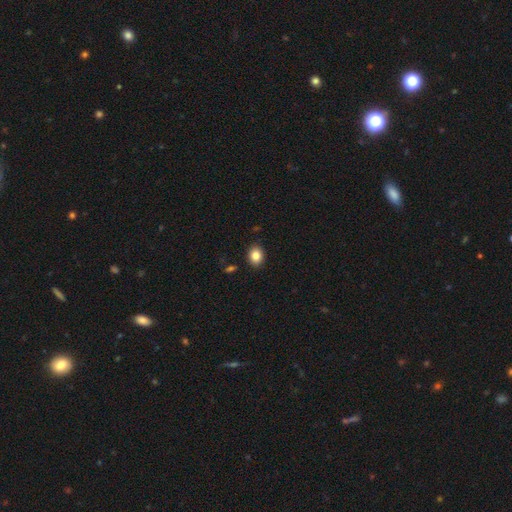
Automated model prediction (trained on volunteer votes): Smooth or featured? Predicted: smooth (p=0.84). How rounded? Predicted: in between (p=0.55). Merging? Predicted: none (p=0.89).